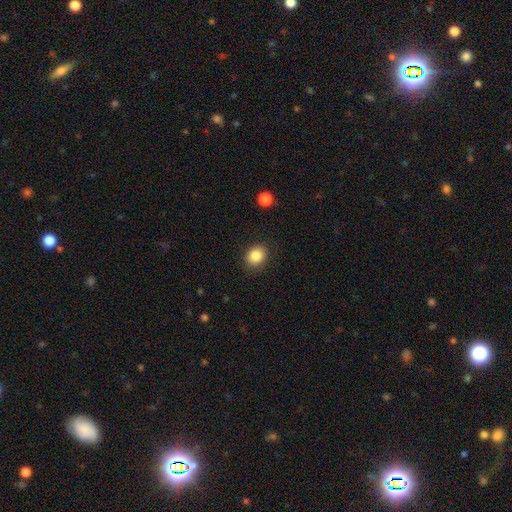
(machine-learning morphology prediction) This appears to be a smooth galaxy with no disk features (85%) that is round (60%). Merging: none (87%).